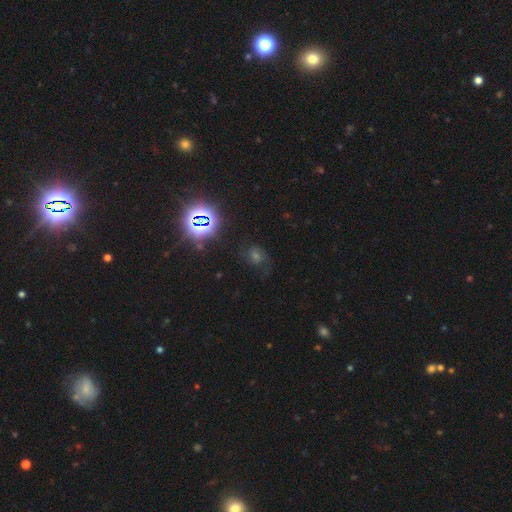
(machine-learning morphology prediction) This appears to be a star or artifact, not a galaxy (45%).